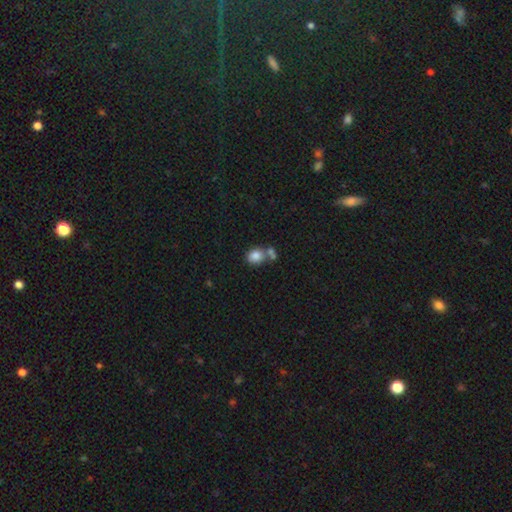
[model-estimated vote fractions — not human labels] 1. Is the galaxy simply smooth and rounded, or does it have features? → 83% smooth, 9% star or artifact, 7% featured or disk.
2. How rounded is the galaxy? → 59% round, 40% in between, 1% cigar-shaped.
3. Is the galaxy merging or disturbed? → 48% none, 37% merger, 11% minor disturbance, 5% major disturbance.